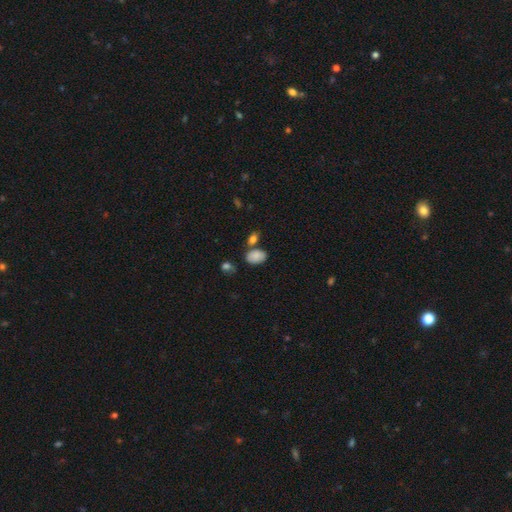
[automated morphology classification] Smooth or featured? Predicted: smooth (p=0.84). How rounded? Predicted: in between (p=0.87). Merging? Predicted: none (p=0.61).